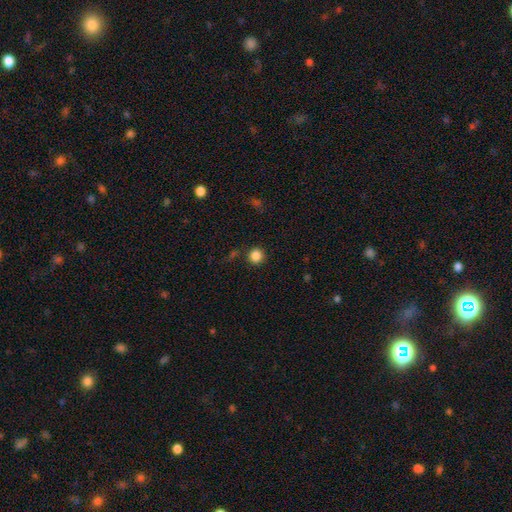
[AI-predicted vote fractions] Smooth or featured?
  - smooth: 85% *
  - star or artifact: 11%
  - featured or disk: 4%
How rounded?
  - round: 93% *
  - in between: 6%
  - cigar-shaped: 1%
Merging?
  - none: 87% *
  - minor disturbance: 7%
  - merger: 3%
  - major disturbance: 3%